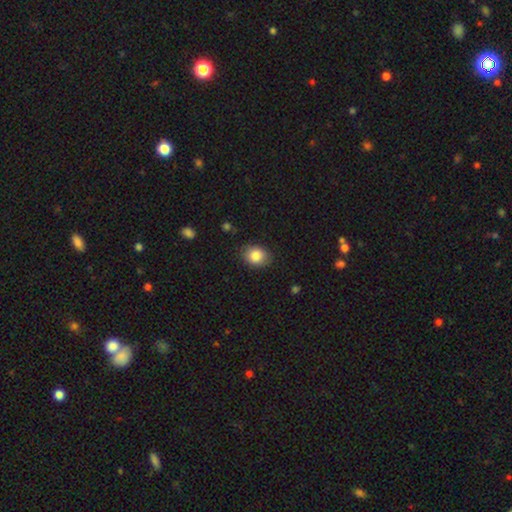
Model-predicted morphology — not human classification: Smooth or featured? Predicted: smooth (p=0.85). How rounded? Predicted: in between (p=0.57). Merging? Predicted: none (p=0.83).